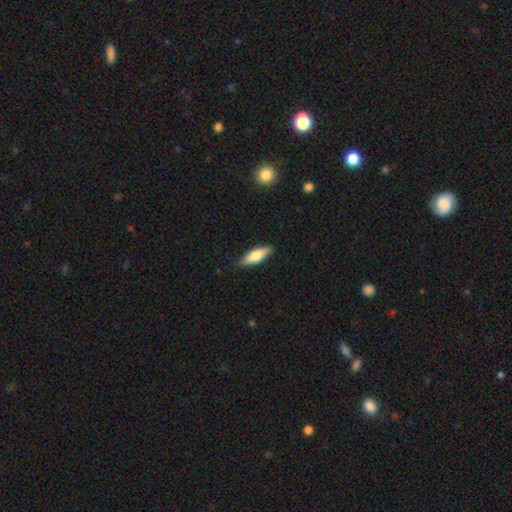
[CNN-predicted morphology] A smooth galaxy with no disk features (62%) that is in between round and cigar-shaped (51%). Merging: none (86%).